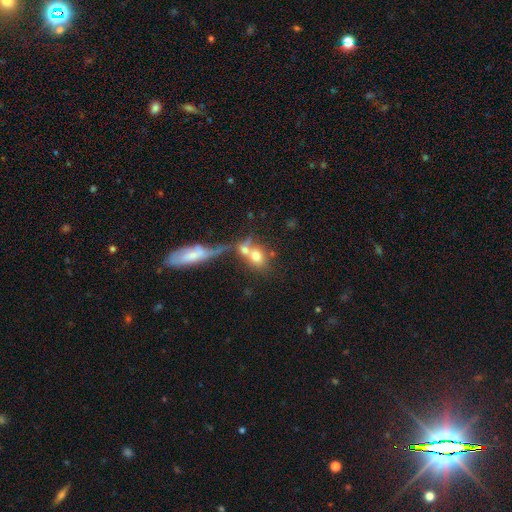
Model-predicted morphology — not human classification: This appears to be a smooth galaxy with no disk features (66%) that is round (52%). Merging: merger (53%).